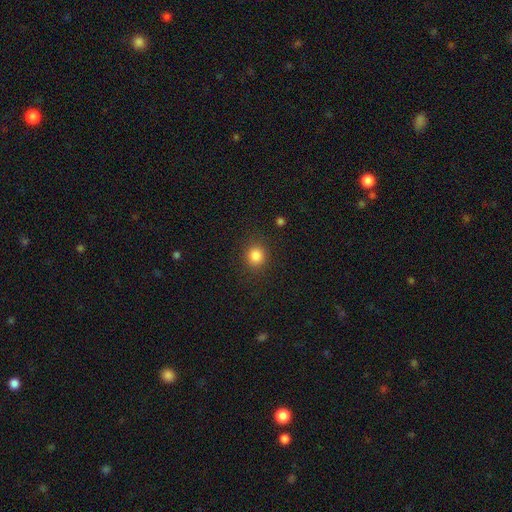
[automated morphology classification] This is clearly a smooth galaxy (85%). How rounded: clearly round (82%). Merging: clearly none (87%).